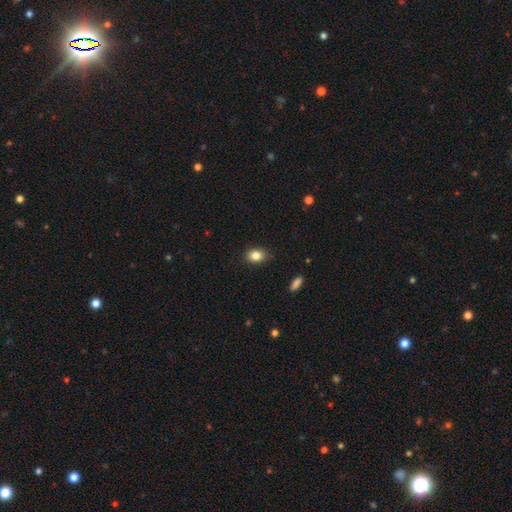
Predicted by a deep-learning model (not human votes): Smooth or featured: smooth — 84% (star or artifact — 10%)
How rounded: in between — 70% (round — 29%)
Merging: none — 86% (minor disturbance — 10%)